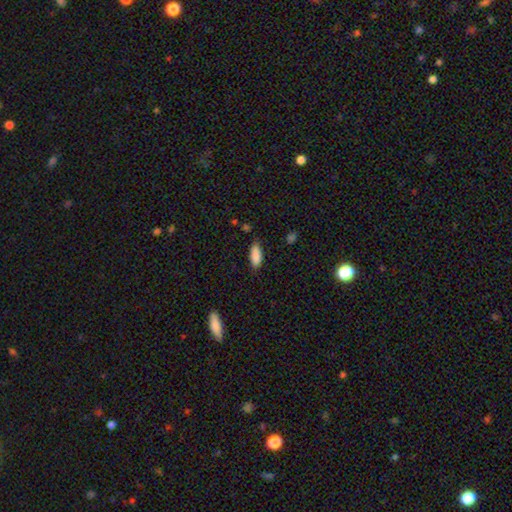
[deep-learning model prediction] The model was most divided on "how rounded": in between: 77%, cigar-shaped: 21%, round: 2%. More confident: smooth or featured — smooth (88%); merging — none (77%).